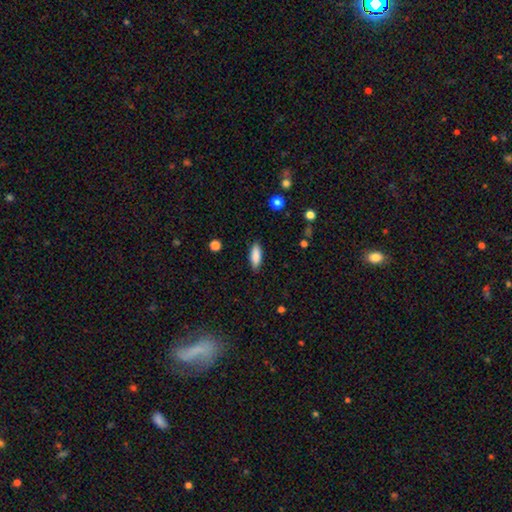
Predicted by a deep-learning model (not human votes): Smooth or featured? Predicted: smooth (p=0.87). How rounded? Predicted: in between (p=0.68). Merging? Predicted: none (p=0.87).